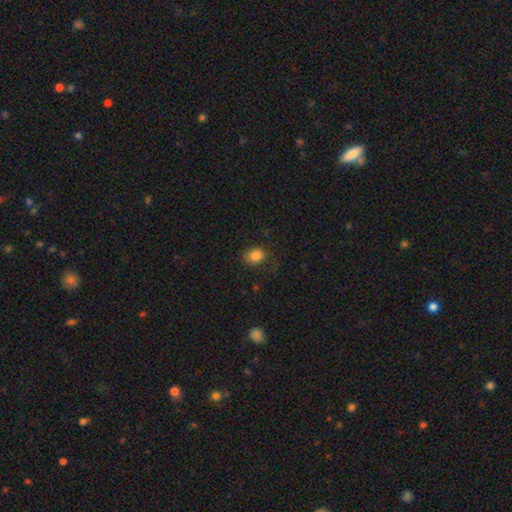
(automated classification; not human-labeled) Smooth or featured?
  - smooth: 83% *
  - star or artifact: 11%
  - featured or disk: 6%
How rounded?
  - round: 54% *
  - in between: 45%
  - cigar-shaped: 1%
Merging?
  - none: 73% *
  - minor disturbance: 18%
  - major disturbance: 7%
  - merger: 1%